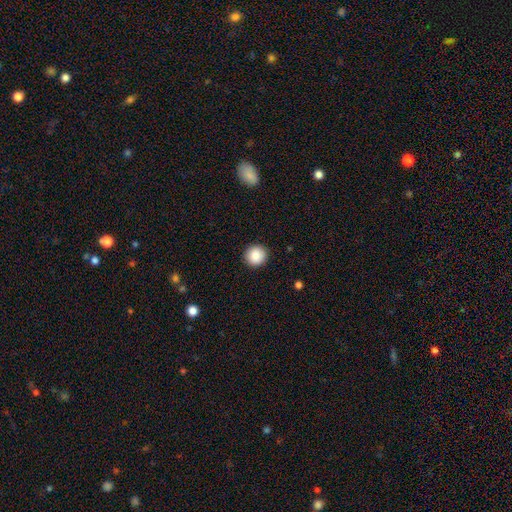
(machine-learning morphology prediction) Q: Smooth or featured?
A: smooth (88%); runner-up: star or artifact (9%)
Q: How rounded?
A: round (93%); runner-up: in between (6%)
Q: Merging?
A: none (92%); runner-up: minor disturbance (5%)